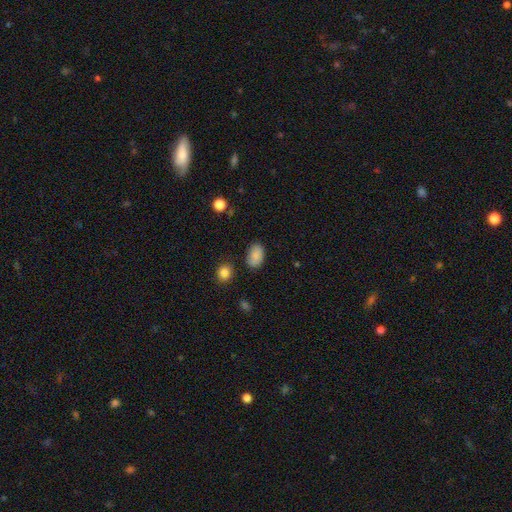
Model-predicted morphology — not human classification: This appears to be a smooth galaxy with no disk features (87%) that is in between round and cigar-shaped (90%). Merging: none (84%).